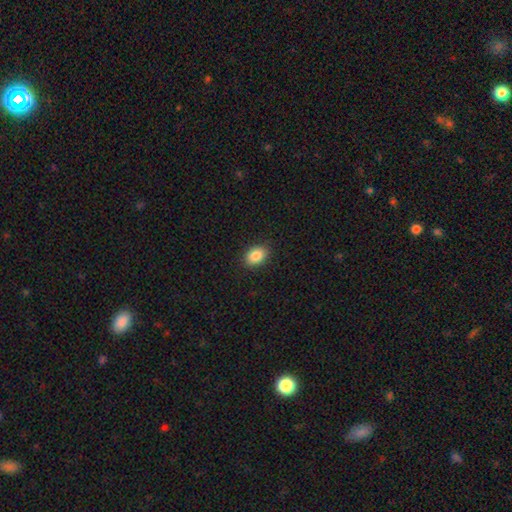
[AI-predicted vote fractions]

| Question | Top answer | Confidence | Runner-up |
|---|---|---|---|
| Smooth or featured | smooth | 87% | star or artifact (8%) |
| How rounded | in between | 78% | round (21%) |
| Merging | none | 89% | minor disturbance (8%) |